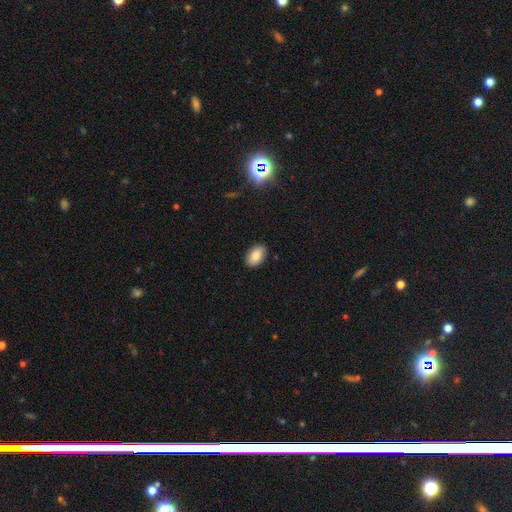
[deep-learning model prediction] Smooth or featured: smooth — 87% (star or artifact — 7%)
How rounded: in between — 93% (round — 5%)
Merging: none — 88% (minor disturbance — 9%)